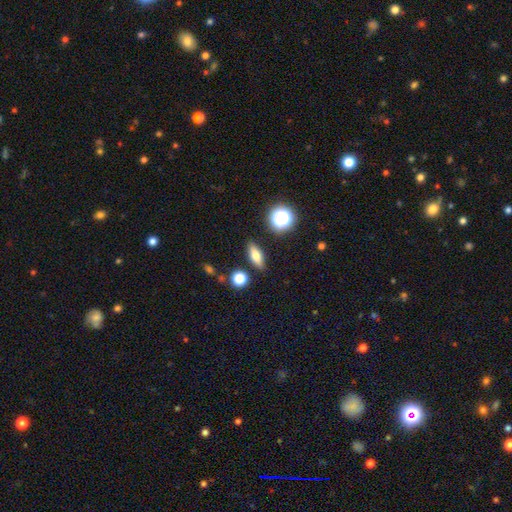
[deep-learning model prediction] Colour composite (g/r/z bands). It shows a smooth galaxy with no disk features (68%) that is in between round and cigar-shaped (58%). Merging: none (85%).